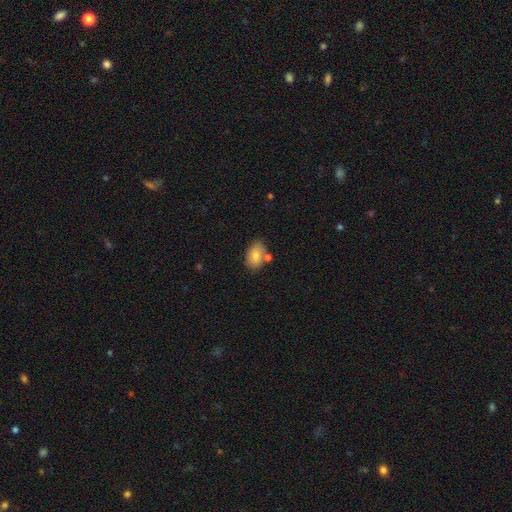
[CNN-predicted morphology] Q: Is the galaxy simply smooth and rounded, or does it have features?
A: smooth — 78%.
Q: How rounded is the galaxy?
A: in between — 86%.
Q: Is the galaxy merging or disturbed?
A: none — 68%.